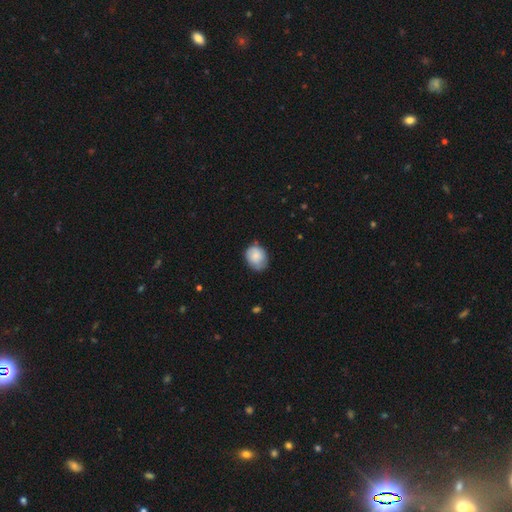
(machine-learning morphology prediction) type=smooth (74%); roundness=round (53%); merging=none (65%).